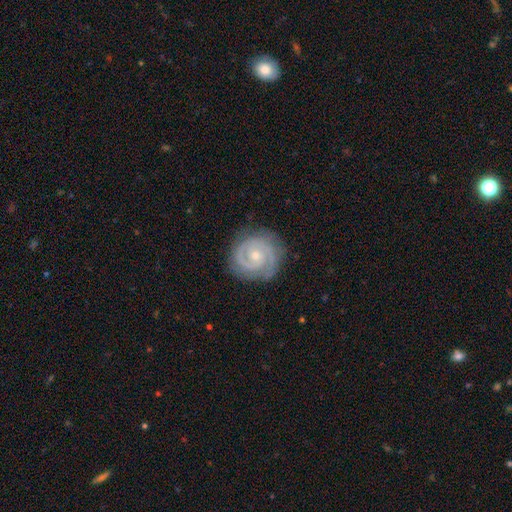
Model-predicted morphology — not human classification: smooth-or-featured: featured or disk: 88% | smooth: 7% | star or artifact: 5%
  disk-edge-on: no: 98% | yes: 2%
    bar: no: 69% | weak: 25% | strong: 6%
    has-spiral-arms: yes: 98% | no: 2%
      spiral-winding: tight: 74% | medium: 23% | loose: 3%
      spiral-arm-count: 2: 78% | 3: 9% | can't tell: 7% | 1: 3% | 4: 2% | more than 4: 2%
    bulge-size: small: 65% | moderate: 32% | none: 2% | large: 1% | dominant: 1%
  merging: none: 83% | minor disturbance: 12% | major disturbance: 4% | merger: 1%